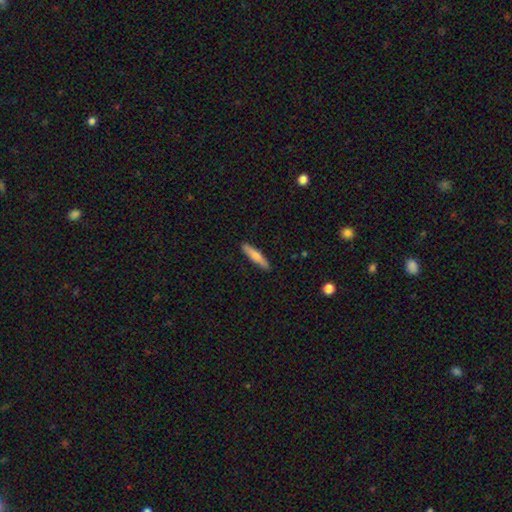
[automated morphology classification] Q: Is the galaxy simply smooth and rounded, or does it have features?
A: smooth — 67%.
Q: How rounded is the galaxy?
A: cigar-shaped — 88%.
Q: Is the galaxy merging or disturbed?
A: none — 90%.